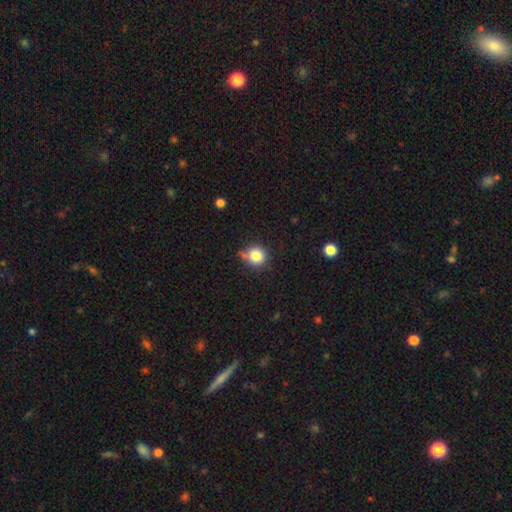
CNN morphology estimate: A smooth galaxy with no disk features (83%) that is round (90%).

Vote fractions:
- Smooth or featured? smooth: 83% / star or artifact: 11% / featured or disk: 6%
- How rounded? round: 90% / in between: 9% / cigar-shaped: 1%
- Merging? none: 70% / minor disturbance: 15% / merger: 10% / major disturbance: 4%